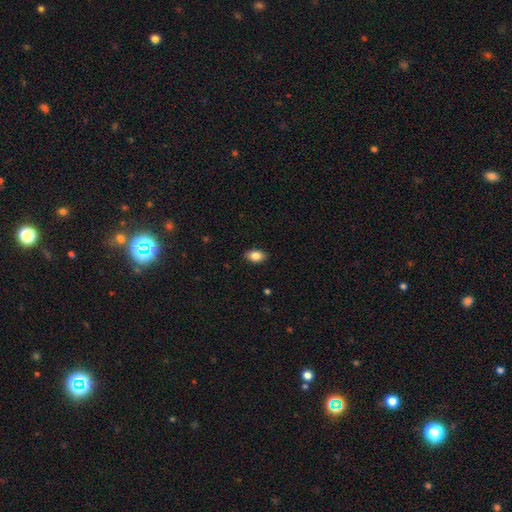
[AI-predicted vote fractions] A smooth galaxy with no disk features (84%) that is in between round and cigar-shaped (88%).

Vote fractions:
- Smooth or featured? smooth: 84% / star or artifact: 8% / featured or disk: 8%
- How rounded? in between: 88% / round: 11% / cigar-shaped: 2%
- Merging? none: 89% / minor disturbance: 8% / major disturbance: 2% / merger: 1%